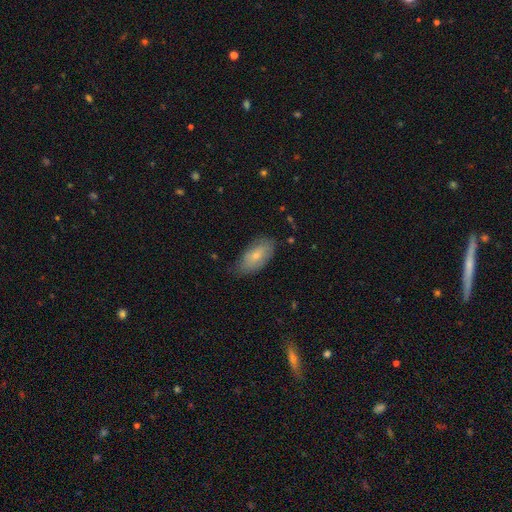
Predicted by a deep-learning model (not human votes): Smooth or featured?
  - smooth: 73% *
  - featured or disk: 20%
  - star or artifact: 6%
How rounded?
  - in between: 91% *
  - cigar-shaped: 6%
  - round: 3%
Merging?
  - none: 68% *
  - minor disturbance: 26%
  - major disturbance: 5%
  - merger: 1%